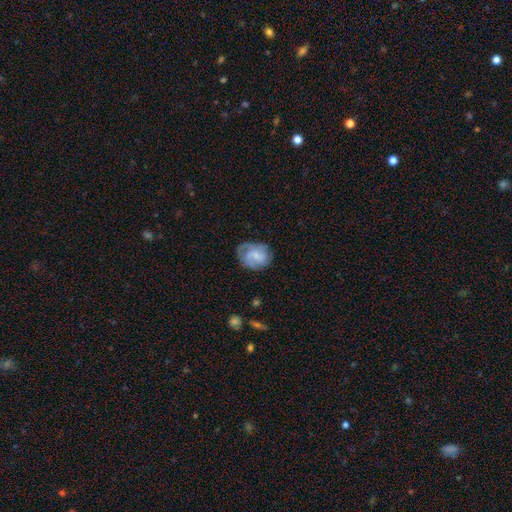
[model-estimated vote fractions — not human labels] This appears to be a featured or disk galaxy (52%) with no bar (57%), spiral arms (81%) and a small central bulge (47%). Merging: none (59%).